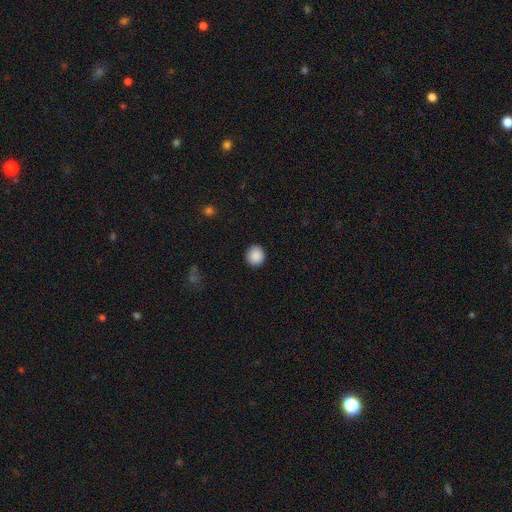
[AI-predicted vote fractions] Q: Smooth or featured?
A: smooth (89%); runner-up: star or artifact (8%)
Q: How rounded?
A: round (90%); runner-up: in between (9%)
Q: Merging?
A: none (92%); runner-up: minor disturbance (6%)